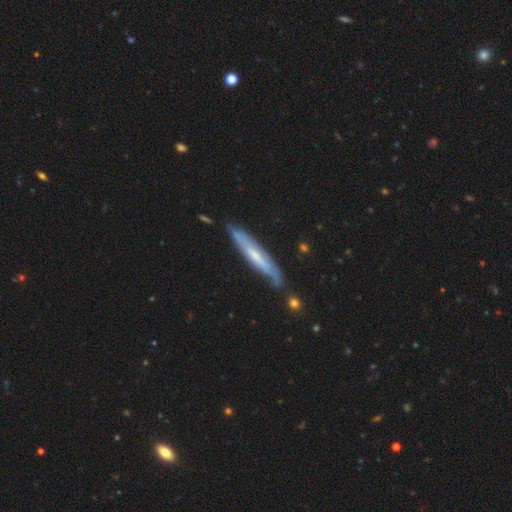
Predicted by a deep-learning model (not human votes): The model was most divided on "smooth or featured": featured or disk: 63%, smooth: 32%, star or artifact: 5%. More confident: merging — none (76%); edge-on disk — yes (72%).